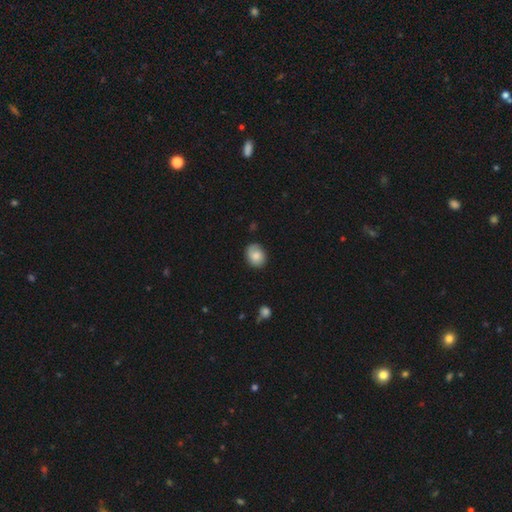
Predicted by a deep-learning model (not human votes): This appears to be a smooth galaxy with no disk features (79%) that is in between round and cigar-shaped (53%). Merging: none (77%).